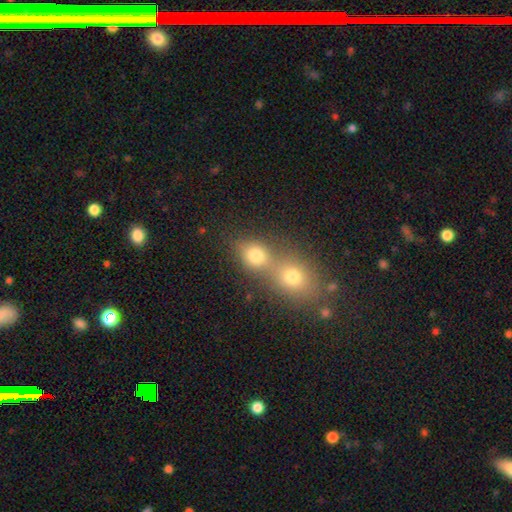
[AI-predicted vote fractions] This is likely a smooth galaxy (76%). How rounded: possibly round (56%). Merging: possibly merger (60%).